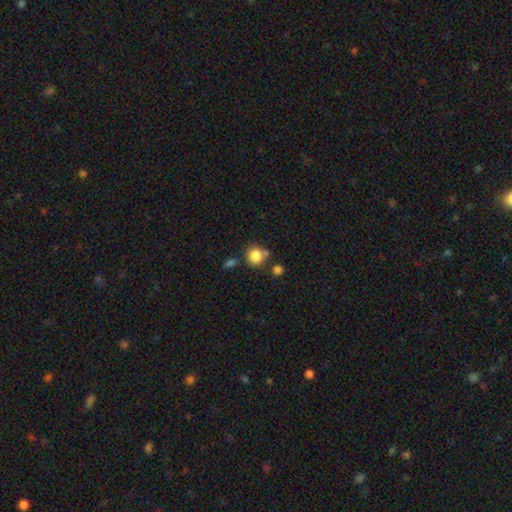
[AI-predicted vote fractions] Smooth or featured?
  - smooth: 83% *
  - star or artifact: 11%
  - featured or disk: 6%
How rounded?
  - round: 87% *
  - in between: 12%
  - cigar-shaped: 1%
Merging?
  - none: 68% *
  - merger: 15%
  - minor disturbance: 13%
  - major disturbance: 4%